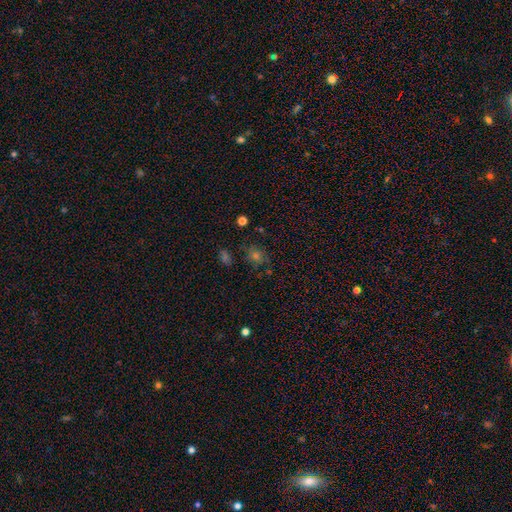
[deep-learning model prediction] Smooth or featured: smooth — 51% (star or artifact — 33%)
How rounded: round — 65% (in between — 34%)
Merging: none — 74% (minor disturbance — 15%)